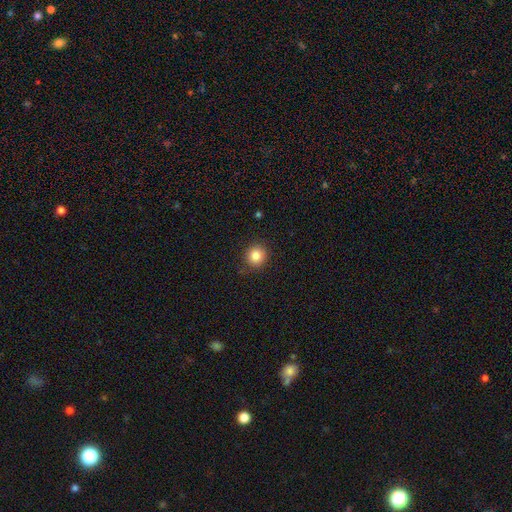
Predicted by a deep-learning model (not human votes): A smooth galaxy with no disk features (85%) that is round (89%). Merging: none (87%).